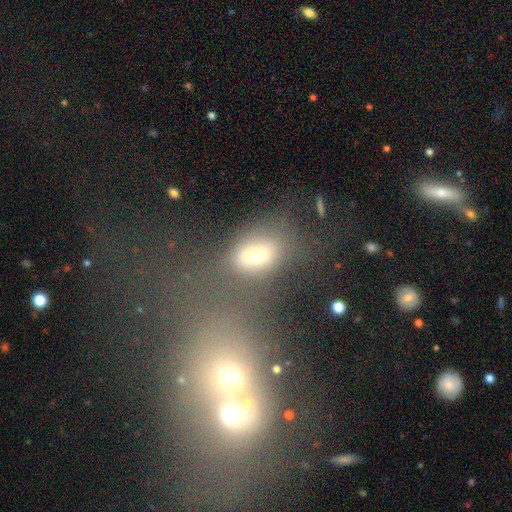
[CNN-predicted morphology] A smooth galaxy with no disk features (65%) that is in between round and cigar-shaped (66%).

Vote fractions:
- Smooth or featured? smooth: 65% / star or artifact: 18% / featured or disk: 17%
- How rounded? in between: 66% / round: 31% / cigar-shaped: 3%
- Merging? none: 60% / minor disturbance: 15% / merger: 14% / major disturbance: 11%